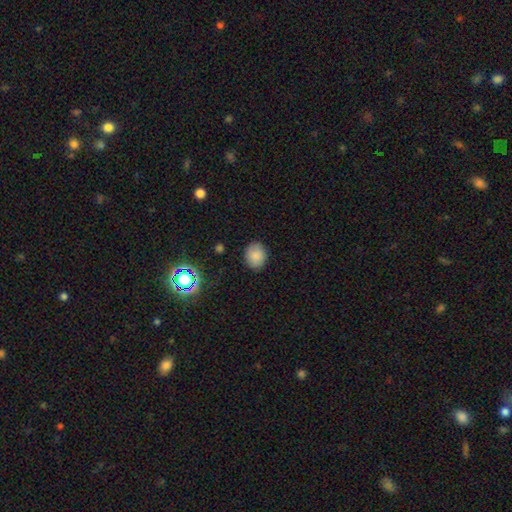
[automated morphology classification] smooth_or_featured: smooth (p=0.85) [alt: star or artifact p=0.11]
how_rounded: round (p=0.63) [alt: in between p=0.36]
merging: none (p=0.87) [alt: minor disturbance p=0.10]